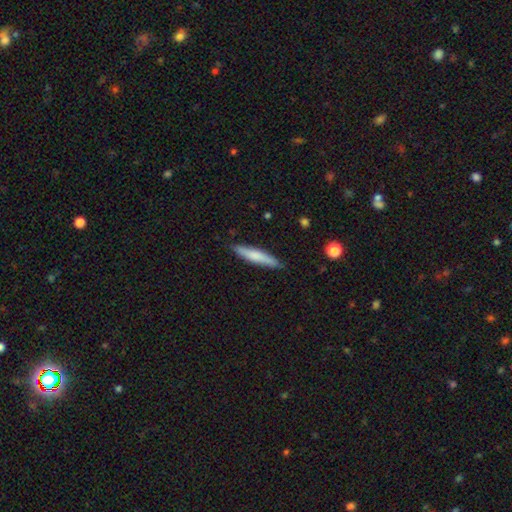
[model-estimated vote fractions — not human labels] smooth-or-featured: smooth: 69% | featured or disk: 25% | star or artifact: 6%
  how-rounded: cigar-shaped: 88% | in between: 11% | round: 1%
  merging: none: 85% | minor disturbance: 12% | major disturbance: 2% | merger: 1%